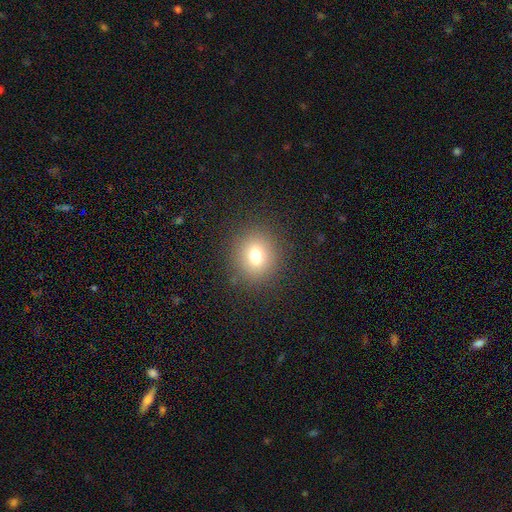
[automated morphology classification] Overall: smooth (74%). How rounded: round (83%). Merging: none (87%).